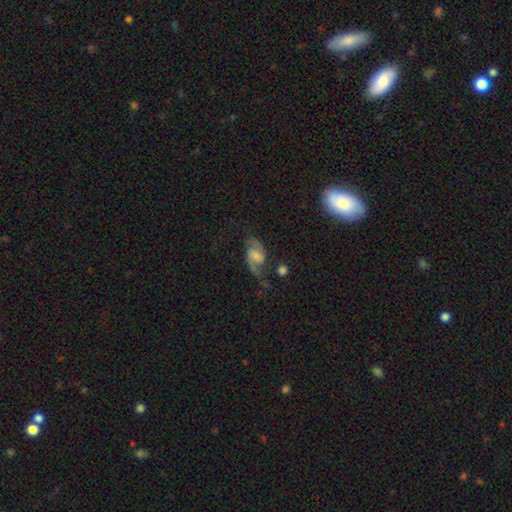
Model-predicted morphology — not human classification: Smooth or featured?
  - featured or disk: 74% *
  - smooth: 18%
  - star or artifact: 8%
Edge-on disk?
  - no: 97% *
  - yes: 3%
Bar?
  - weak: 47% *
  - no: 40%
  - strong: 13%
Spiral arms?
  - yes: 94% *
  - no: 6%
Spiral winding?
  - medium: 44% *
  - loose: 42%
  - tight: 14%
Spiral arm count?
  - 2: 88% *
  - 1: 5%
  - can't tell: 4%
  - 3: 1%
  - 4: 1%
  - more than 4: 1%
Bulge size?
  - moderate: 33% *
  - none: 24%
  - small: 22%
  - large: 18%
  - dominant: 3%
Merging?
  - none: 53% *
  - minor disturbance: 22%
  - major disturbance: 19%
  - merger: 6%